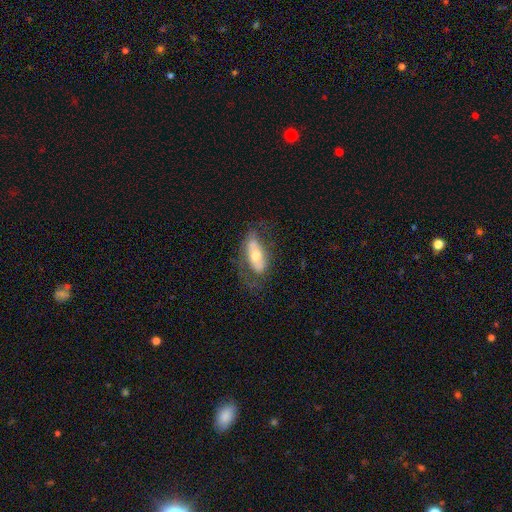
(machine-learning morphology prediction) Smooth or featured?
  - featured or disk: 54% *
  - smooth: 39%
  - star or artifact: 7%
Edge-on disk?
  - no: 79% *
  - yes: 21%
Merging?
  - none: 62% *
  - minor disturbance: 20%
  - major disturbance: 16%
  - merger: 2%